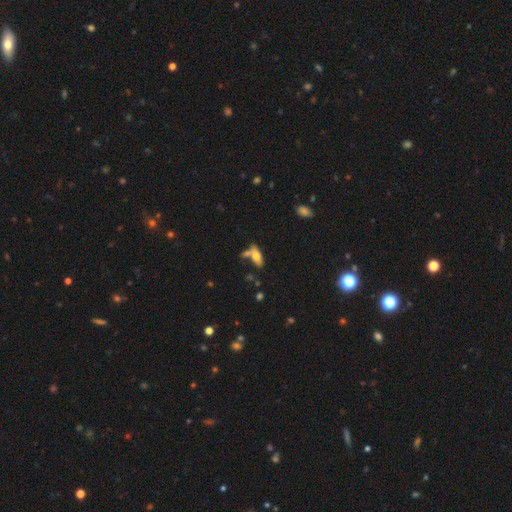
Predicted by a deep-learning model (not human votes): smooth 65%, featured or disk 26%, star or artifact 9%. Down the decision tree: how rounded — in between (78%); merging — none (47%).